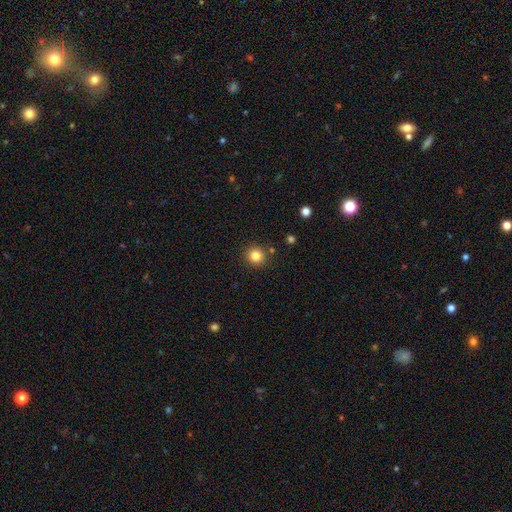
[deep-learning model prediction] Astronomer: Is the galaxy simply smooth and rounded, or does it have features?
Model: smooth — 83%.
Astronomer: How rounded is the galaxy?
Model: round — 92%.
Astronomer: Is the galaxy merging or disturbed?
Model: none — 88%.